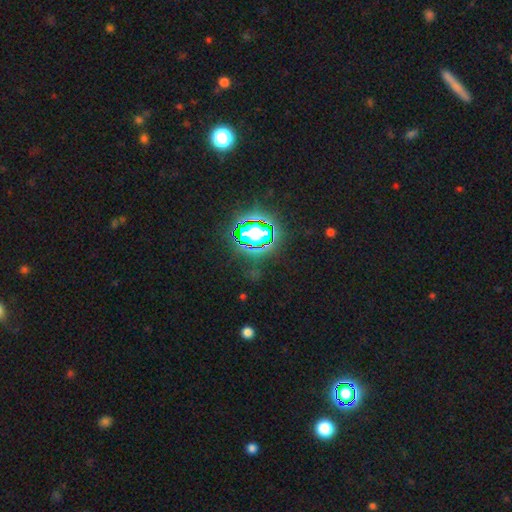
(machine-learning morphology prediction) smooth_or_featured: star or artifact (p=0.76) [alt: smooth p=0.15]